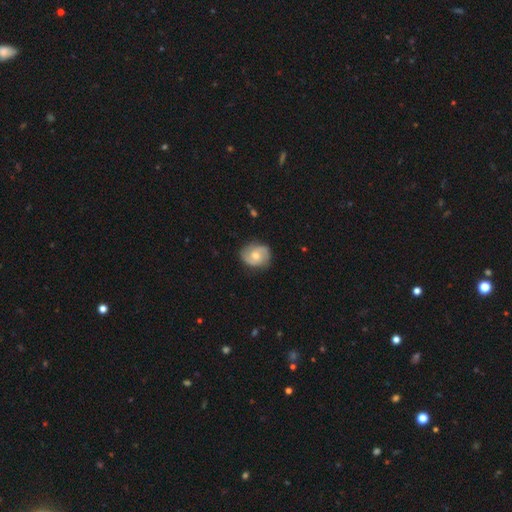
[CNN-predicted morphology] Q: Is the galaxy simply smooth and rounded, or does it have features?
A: featured or disk — 69%.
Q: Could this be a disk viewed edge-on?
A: no — 98%.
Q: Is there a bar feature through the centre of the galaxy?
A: no — 61%.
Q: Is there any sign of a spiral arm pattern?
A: yes — 92%.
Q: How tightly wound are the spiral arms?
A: medium — 46%.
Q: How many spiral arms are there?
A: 2 — 85%.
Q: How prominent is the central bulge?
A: moderate — 67%.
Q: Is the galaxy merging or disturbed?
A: none — 81%.